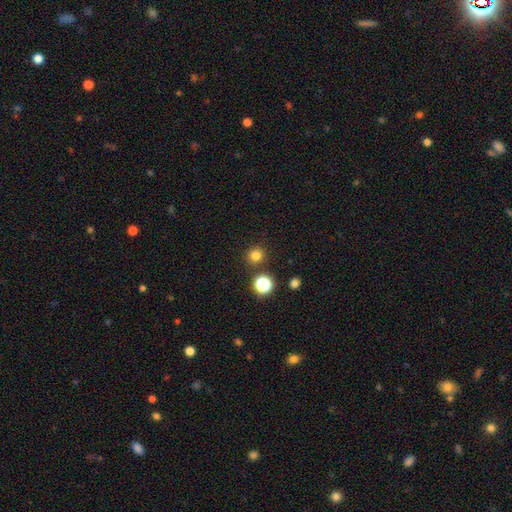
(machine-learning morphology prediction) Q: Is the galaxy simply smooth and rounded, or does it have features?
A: smooth — 79%.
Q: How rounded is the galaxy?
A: round — 93%.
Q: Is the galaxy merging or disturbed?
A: none — 89%.